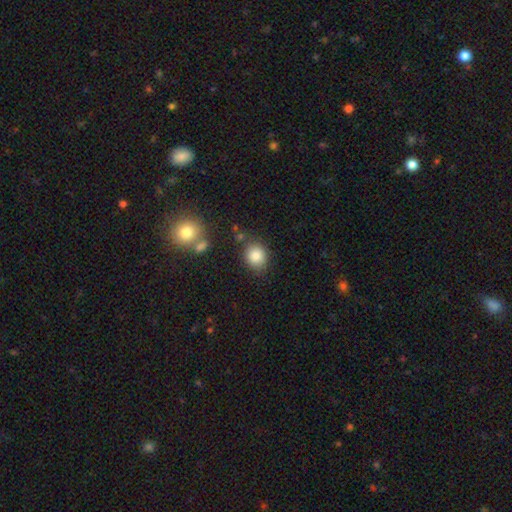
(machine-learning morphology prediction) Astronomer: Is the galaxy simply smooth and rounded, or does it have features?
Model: smooth — 85%.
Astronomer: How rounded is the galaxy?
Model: round — 73%.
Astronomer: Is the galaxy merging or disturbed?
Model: none — 79%.